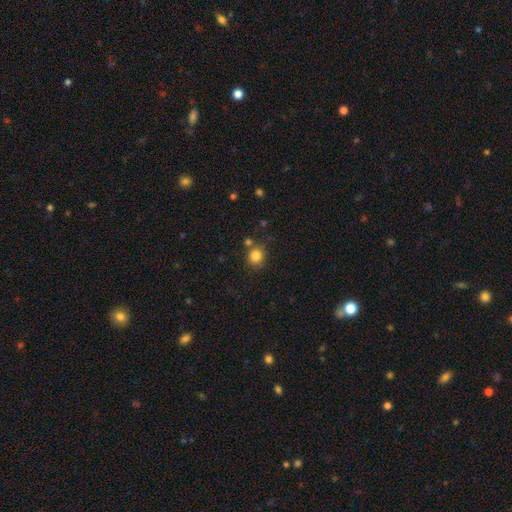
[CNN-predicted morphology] smooth-or-featured: smooth: 84% | star or artifact: 11% | featured or disk: 6%
  how-rounded: round: 84% | in between: 15% | cigar-shaped: 1%
  merging: none: 73% | minor disturbance: 12% | merger: 11% | major disturbance: 4%